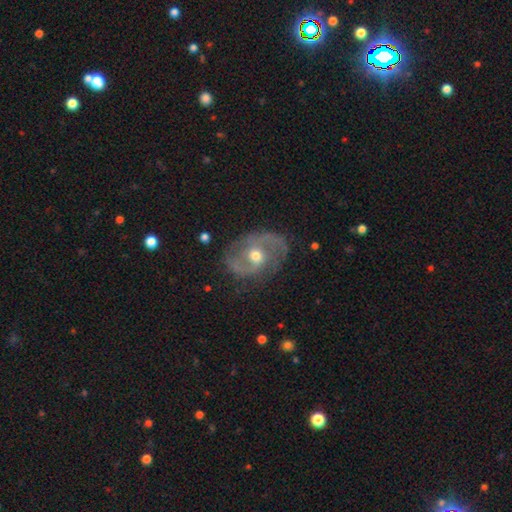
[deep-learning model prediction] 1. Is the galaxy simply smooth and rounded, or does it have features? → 82% featured or disk, 12% smooth, 6% star or artifact.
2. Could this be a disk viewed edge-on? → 97% no, 3% yes.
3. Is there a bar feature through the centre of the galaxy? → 52% no, 37% weak, 11% strong.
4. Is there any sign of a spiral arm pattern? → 90% yes, 10% no.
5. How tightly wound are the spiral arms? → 48% medium, 27% tight, 25% loose.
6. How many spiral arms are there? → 80% 2, 9% can't tell, 4% 3, 3% 1, 2% 4, 2% more than 4.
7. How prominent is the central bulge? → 68% moderate, 26% small, 4% large, 1% none, 1% dominant.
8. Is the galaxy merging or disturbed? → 72% none, 18% minor disturbance, 8% major disturbance, 2% merger.